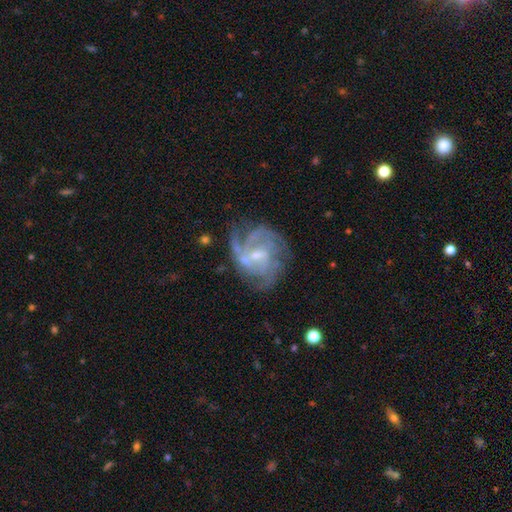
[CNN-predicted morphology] smooth_or_featured: featured or disk (p=0.84) [alt: smooth p=0.09]
disk_edge_on: no (p=0.98) [alt: yes p=0.02]
bar: weak (p=0.56) [alt: no p=0.29]
has_spiral_arms: yes (p=0.91) [alt: no p=0.09]
spiral_winding: medium (p=0.44) [alt: tight p=0.40]
spiral_arm_count: 3 (p=0.28) [tied with: can't tell p=0.28]
bulge_size: small (p=0.58) [alt: moderate p=0.33]
merging: none (p=0.58) [alt: minor disturbance p=0.20]